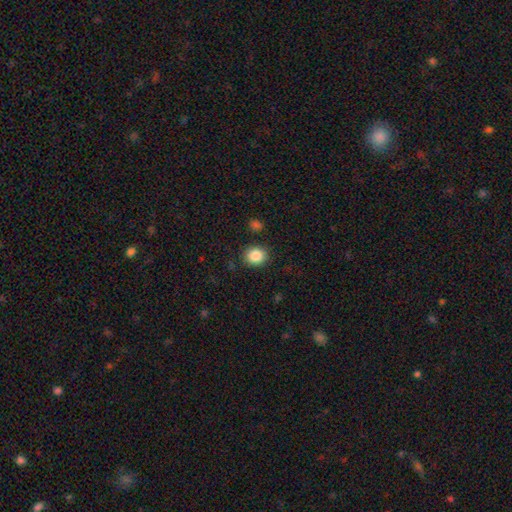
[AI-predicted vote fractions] Smooth or featured: smooth — 86% (star or artifact — 9%)
How rounded: round — 74% (in between — 25%)
Merging: none — 87% (minor disturbance — 8%)